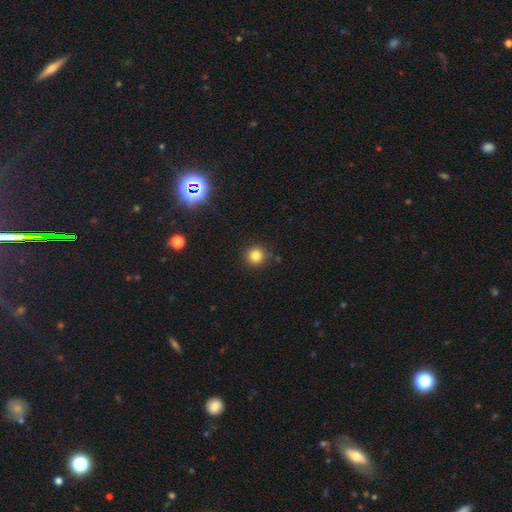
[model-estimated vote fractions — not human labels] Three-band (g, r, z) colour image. It shows a smooth galaxy with no disk features (82%) that is round (94%). Merging: none (88%).